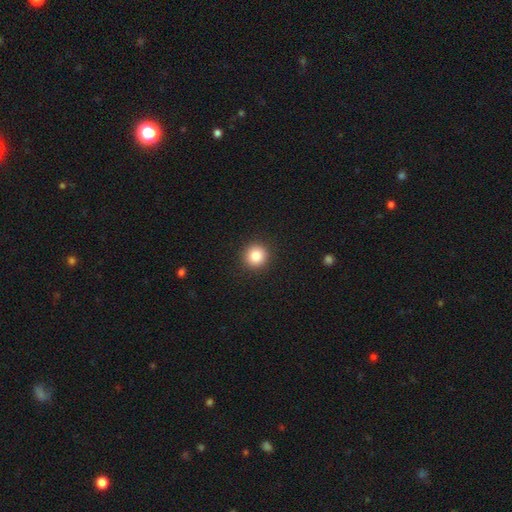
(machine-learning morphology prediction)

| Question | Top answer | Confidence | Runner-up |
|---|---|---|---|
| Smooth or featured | smooth | 84% | star or artifact (10%) |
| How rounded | round | 94% | in between (5%) |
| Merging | none | 92% | minor disturbance (5%) |